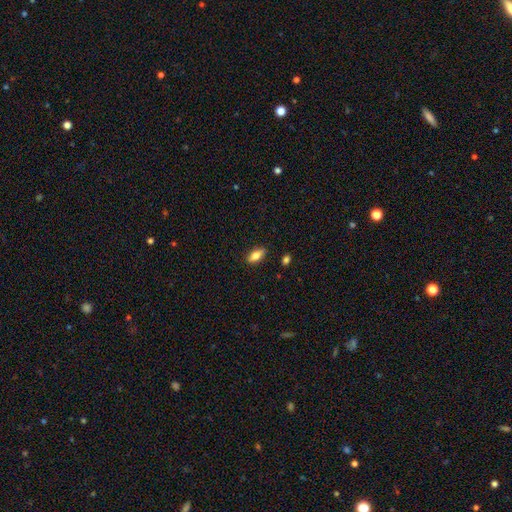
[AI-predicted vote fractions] Smooth or featured? smooth (75%)
How rounded? in between (84%)
Merging? none (87%)